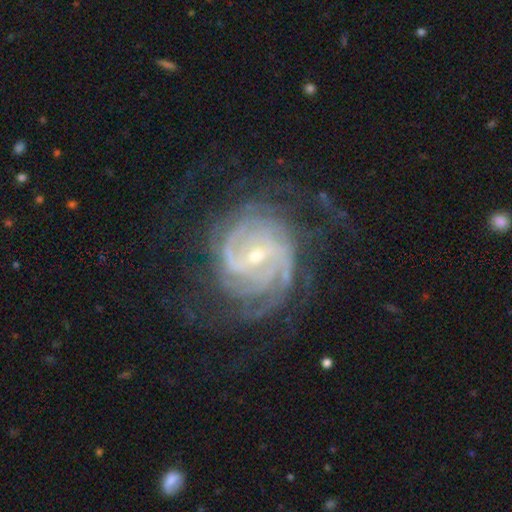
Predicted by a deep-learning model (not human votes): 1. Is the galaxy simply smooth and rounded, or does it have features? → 91% featured or disk, 5% star or artifact, 4% smooth.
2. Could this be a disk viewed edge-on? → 97% no, 3% yes.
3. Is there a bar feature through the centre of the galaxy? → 47% weak, 29% strong, 24% no.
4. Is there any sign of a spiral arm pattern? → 98% yes, 2% no.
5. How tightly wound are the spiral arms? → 66% tight, 28% medium, 7% loose.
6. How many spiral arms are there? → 25% can't tell, 20% 2, 20% 4, 17% 3, 11% more than 4, 7% 1.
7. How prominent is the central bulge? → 68% small, 28% moderate, 1% large, 1% none, 1% dominant.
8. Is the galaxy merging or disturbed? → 68% none, 16% minor disturbance, 15% major disturbance, 1% merger.